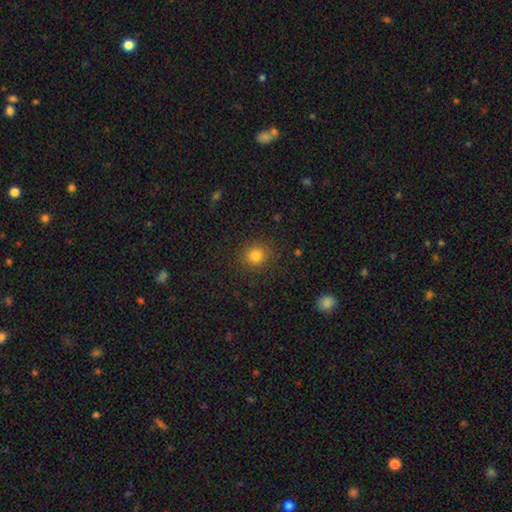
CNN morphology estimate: Smooth or featured: smooth — 82% (star or artifact — 13%)
How rounded: round — 88% (in between — 11%)
Merging: none — 88% (minor disturbance — 8%)